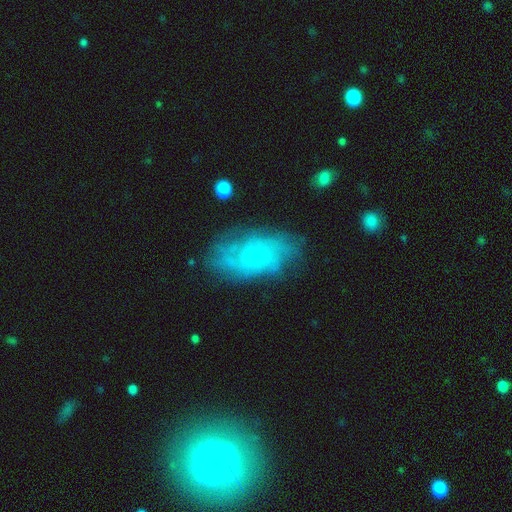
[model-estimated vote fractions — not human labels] Smooth or featured? featured or disk (69%)
Edge-on disk? no (95%)
Bar? no (74%)
Spiral arms? yes (84%)
Spiral winding? tight (51%)
Spiral arm count? can't tell (53%)
Bulge size? small (78%)
Merging? none (68%)